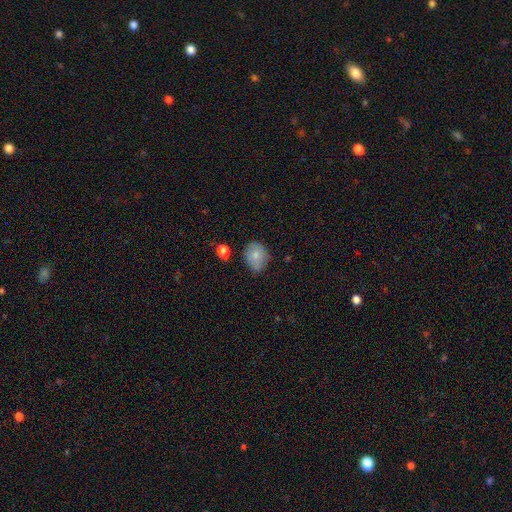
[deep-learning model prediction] smooth-or-featured: smooth: 76% | featured or disk: 15% | star or artifact: 8%
  how-rounded: in between: 52% | round: 47% | cigar-shaped: 1%
  merging: none: 70% | minor disturbance: 23% | major disturbance: 5% | merger: 3%